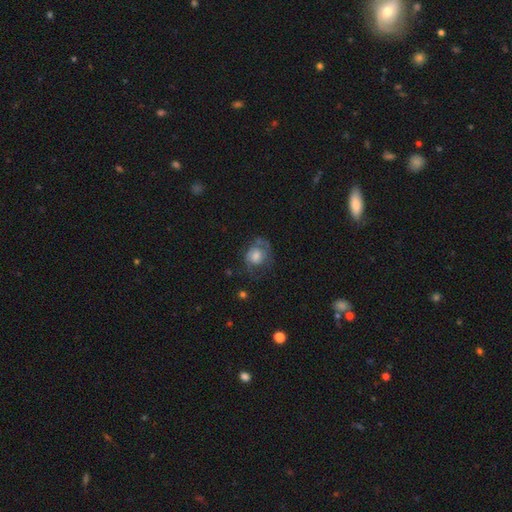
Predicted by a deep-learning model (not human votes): A featured or disk galaxy (51%). Merging: none (54%).